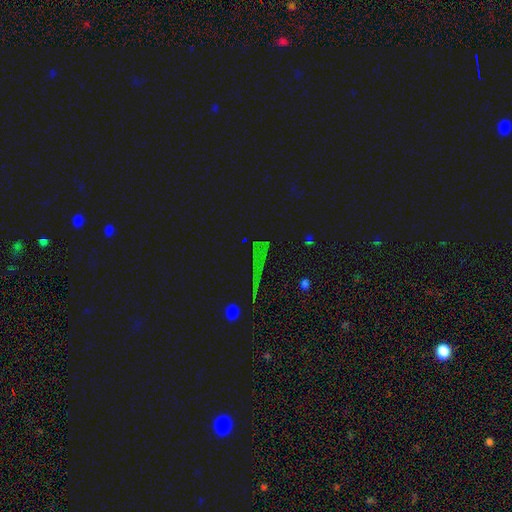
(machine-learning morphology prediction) smooth-or-featured: star or artifact: 75% | smooth: 15% | featured or disk: 9%